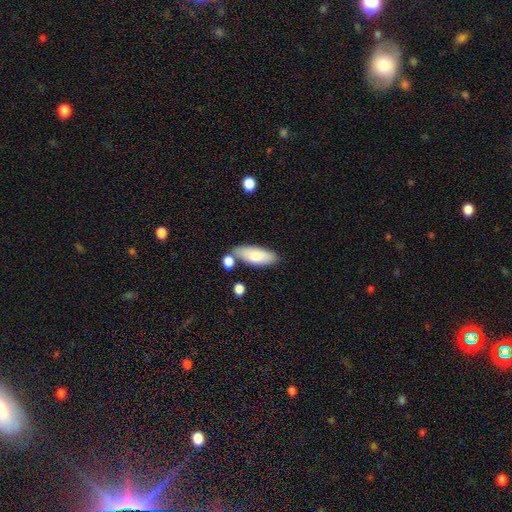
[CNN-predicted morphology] Smooth or featured: smooth — 79% (featured or disk — 16%)
How rounded: in between — 79% (cigar-shaped — 19%)
Merging: none — 68% (minor disturbance — 16%)